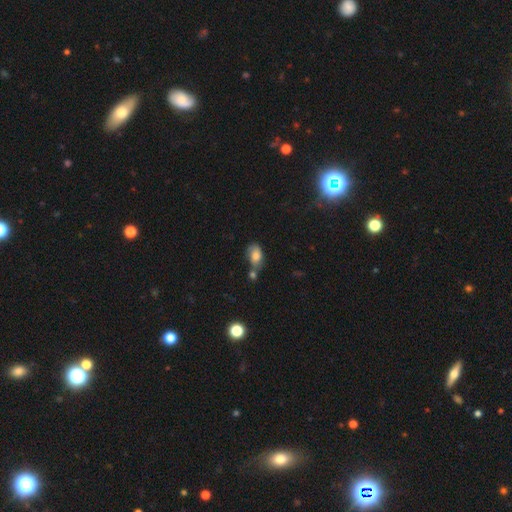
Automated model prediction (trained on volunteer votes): Smooth or featured?
  - smooth: 79% *
  - featured or disk: 12%
  - star or artifact: 9%
How rounded?
  - in between: 87% *
  - round: 11%
  - cigar-shaped: 2%
Merging?
  - none: 41% *
  - merger: 30%
  - minor disturbance: 21%
  - major disturbance: 8%